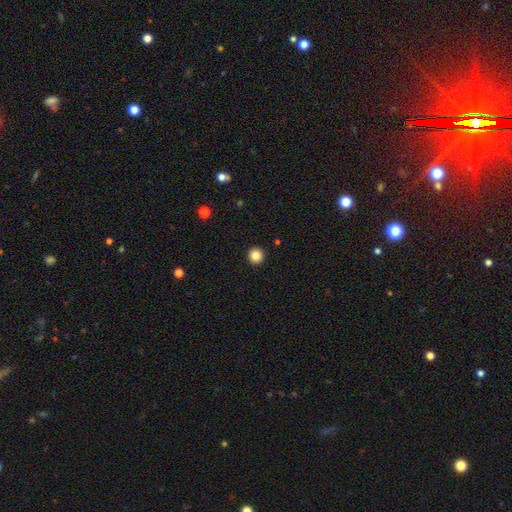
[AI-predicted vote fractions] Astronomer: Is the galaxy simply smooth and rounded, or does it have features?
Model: smooth — 85%.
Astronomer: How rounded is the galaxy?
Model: round — 96%.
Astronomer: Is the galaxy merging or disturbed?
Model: none — 94%.